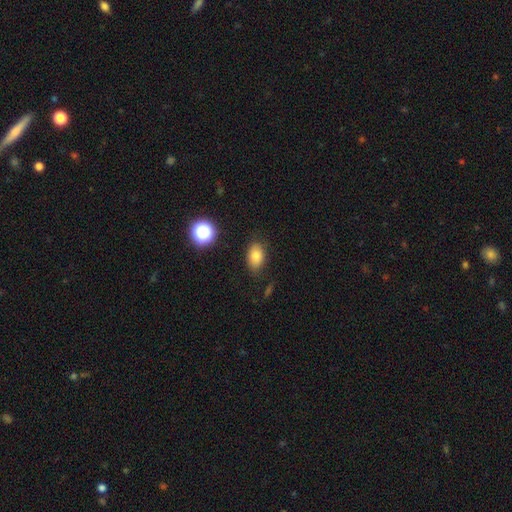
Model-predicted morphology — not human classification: Q: Smooth or featured?
A: smooth (80%); runner-up: star or artifact (11%)
Q: How rounded?
A: in between (82%); runner-up: round (17%)
Q: Merging?
A: none (81%); runner-up: minor disturbance (14%)